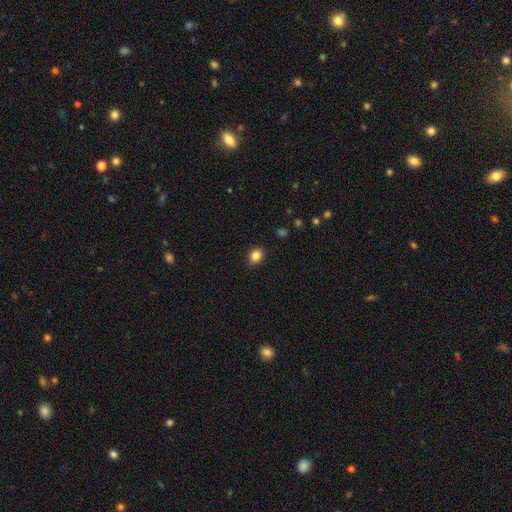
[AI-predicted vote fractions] smooth_or_featured: smooth (p=0.85) [alt: star or artifact p=0.10]
how_rounded: round (p=0.57) [alt: in between p=0.42]
merging: none (p=0.89) [alt: minor disturbance p=0.08]